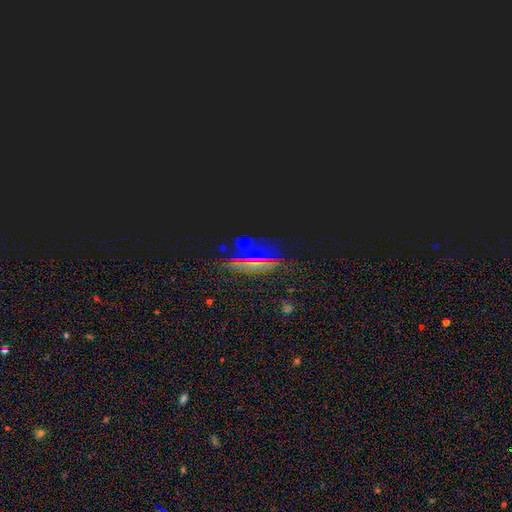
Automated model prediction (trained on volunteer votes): The model was most divided on "smooth or featured": star or artifact: 67%, smooth: 23%, featured or disk: 10%.